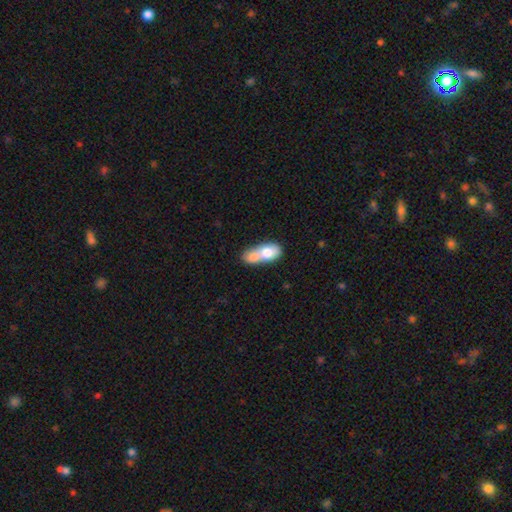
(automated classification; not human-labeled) The model was most divided on "smooth or featured": smooth: 65%, featured or disk: 27%, star or artifact: 7%. More confident: how rounded — in between (74%); merging — merger (73%).